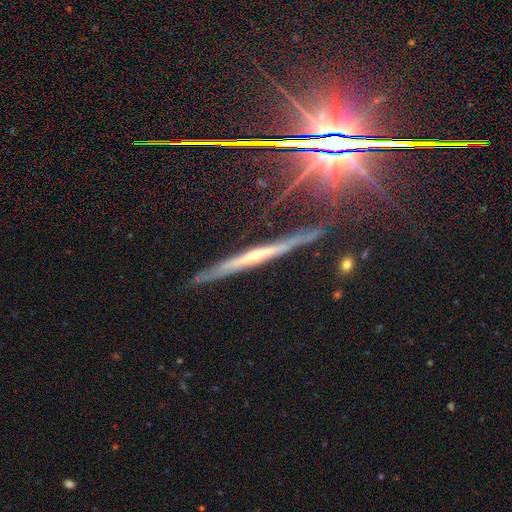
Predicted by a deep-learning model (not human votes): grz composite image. It shows a featured or disk galaxy (71%) viewed edge-on (95%) with a rounded central bulge (66%). Merging: none (85%).